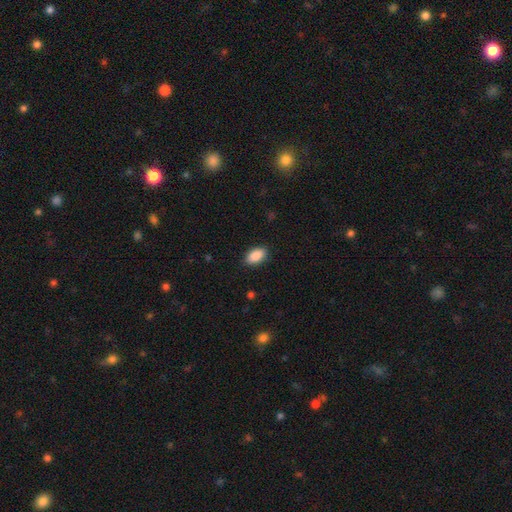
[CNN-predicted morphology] smooth_or_featured: smooth (p=0.90) [alt: star or artifact p=0.07]
how_rounded: in between (p=0.93) [alt: round p=0.05]
merging: none (p=0.87) [alt: minor disturbance p=0.09]